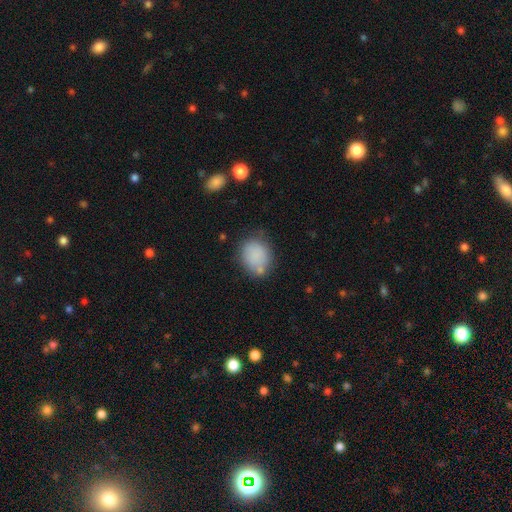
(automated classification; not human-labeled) This is clearly a smooth galaxy (82%). How rounded: likely round (61%). Merging: likely none (62%).